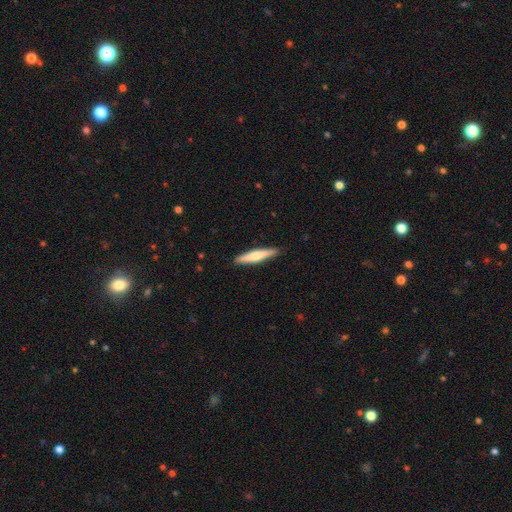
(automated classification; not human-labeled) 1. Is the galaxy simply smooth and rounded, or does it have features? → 54% smooth, 41% featured or disk, 5% star or artifact.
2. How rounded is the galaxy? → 90% cigar-shaped, 9% in between, 1% round.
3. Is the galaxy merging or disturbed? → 91% none, 7% minor disturbance, 1% major disturbance, 1% merger.